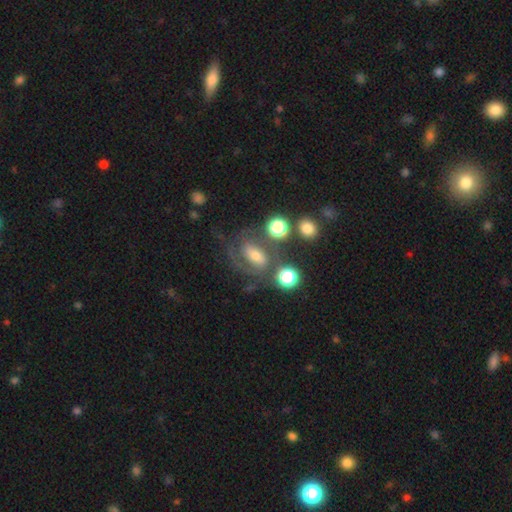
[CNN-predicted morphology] Smooth or featured: featured or disk — 61% (smooth — 26%)
Edge-on disk: no — 94% (yes — 6%)
Bar: no — 38% (tied with weak — 38%)
Spiral arms: yes — 81% (no — 19%)
Bulge size: moderate — 46% (small — 34%)
Merging: none — 51% (major disturbance — 21%)